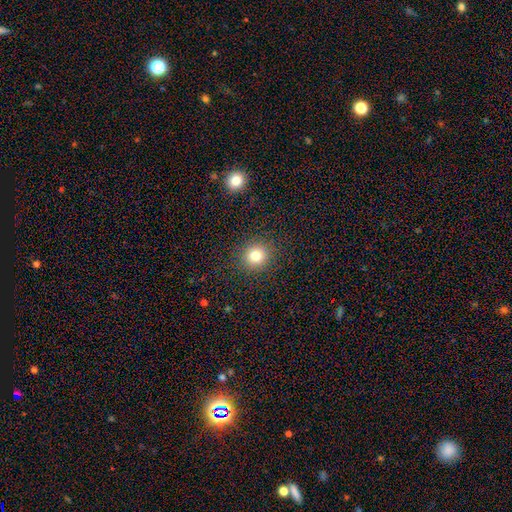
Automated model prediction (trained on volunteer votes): Overall: smooth (80%). How rounded: round (90%). Merging: none (90%).